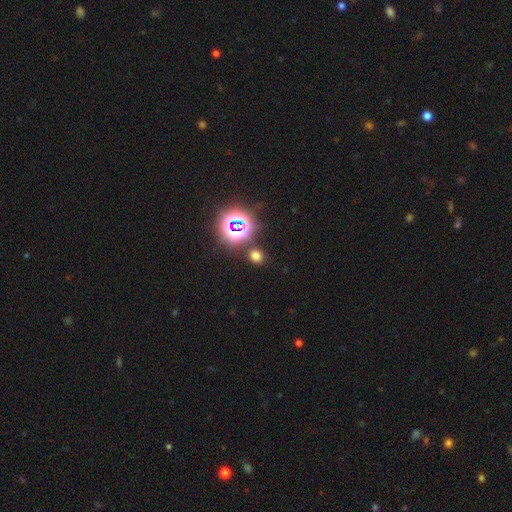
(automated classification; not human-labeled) Overall: smooth (62%; star or artifact 32%). How rounded: round (69%; in between 30%). Merging: none (83%).